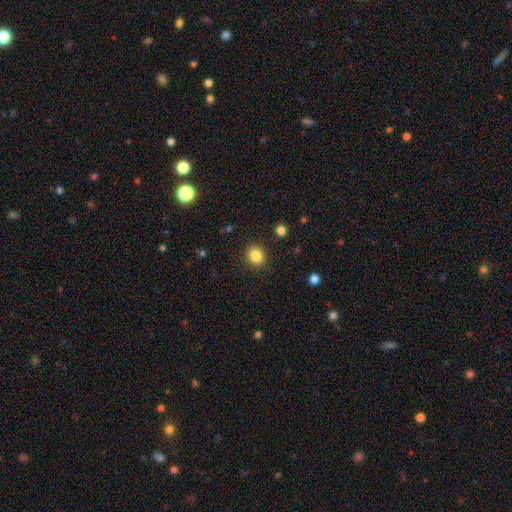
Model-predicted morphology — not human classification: smooth-or-featured: smooth: 84% | star or artifact: 11% | featured or disk: 5%
  how-rounded: round: 80% | in between: 19% | cigar-shaped: 1%
  merging: none: 90% | minor disturbance: 6% | major disturbance: 2% | merger: 1%